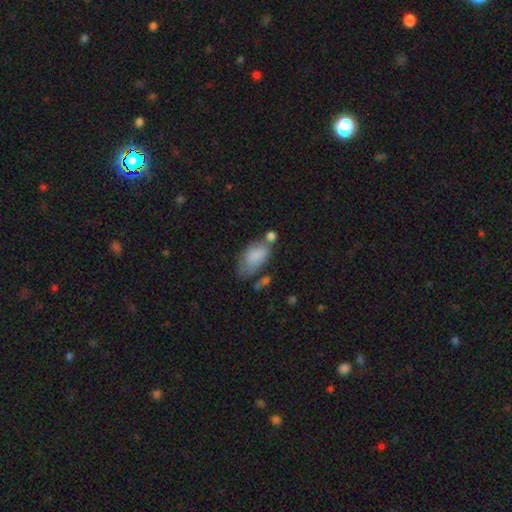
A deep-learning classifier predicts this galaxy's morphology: Smooth or featured? smooth (80%)
How rounded? in between (93%)
Merging? none (34%)